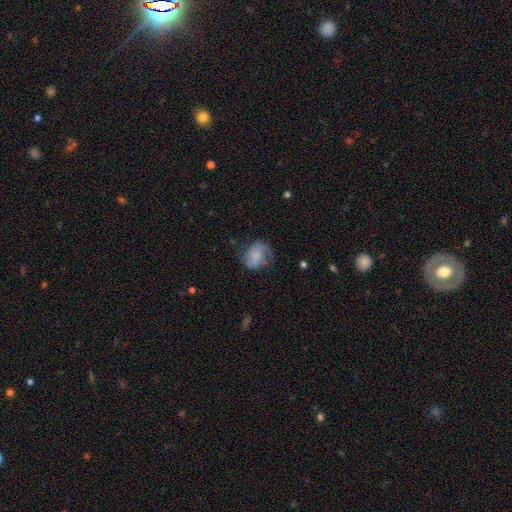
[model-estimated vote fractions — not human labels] Overall: featured or disk (47%; smooth 44%). Merging: none (53%; minor disturbance 27%).